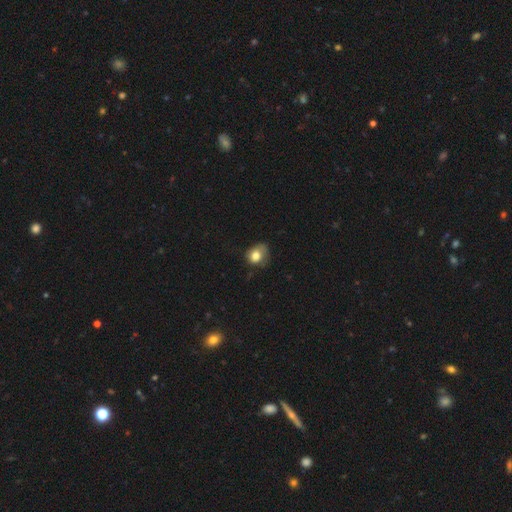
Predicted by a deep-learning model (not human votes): Overall: smooth (75%). How rounded: round (58%; in between 41%). Merging: none (40%; minor disturbance 36%).